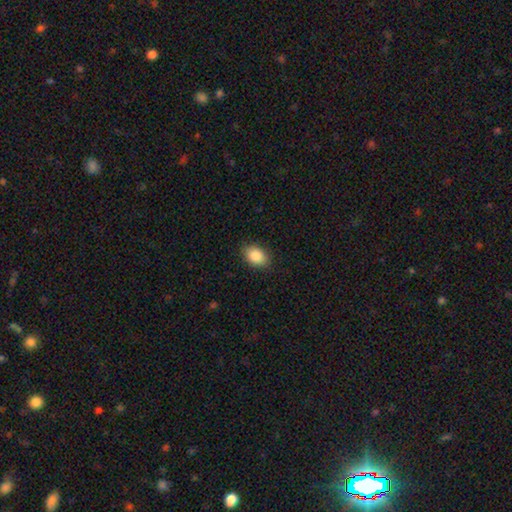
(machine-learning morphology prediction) Smooth or featured?
  - smooth: 87% *
  - star or artifact: 8%
  - featured or disk: 5%
How rounded?
  - in between: 82% *
  - round: 17%
  - cigar-shaped: 1%
Merging?
  - none: 88% *
  - minor disturbance: 9%
  - major disturbance: 2%
  - merger: 1%